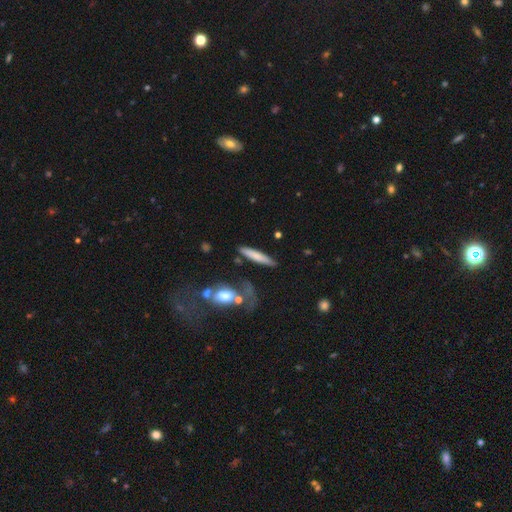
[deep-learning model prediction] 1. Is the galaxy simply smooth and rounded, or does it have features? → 71% smooth, 22% featured or disk, 6% star or artifact.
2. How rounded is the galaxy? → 90% cigar-shaped, 9% in between, 2% round.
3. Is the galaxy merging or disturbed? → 80% none, 12% minor disturbance, 5% merger, 3% major disturbance.